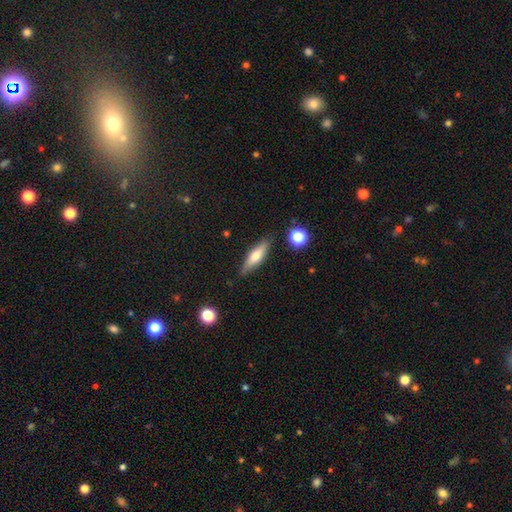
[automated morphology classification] Q: Smooth or featured?
A: smooth (59%); runner-up: featured or disk (34%)
Q: How rounded?
A: cigar-shaped (63%); runner-up: in between (34%)
Q: Merging?
A: none (83%); runner-up: minor disturbance (12%)